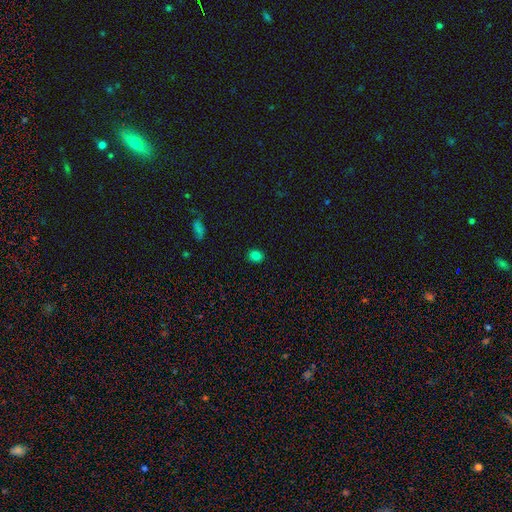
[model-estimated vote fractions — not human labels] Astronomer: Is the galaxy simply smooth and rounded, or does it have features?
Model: smooth — 82%.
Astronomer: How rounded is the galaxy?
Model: round — 63%.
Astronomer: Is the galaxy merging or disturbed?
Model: none — 89%.